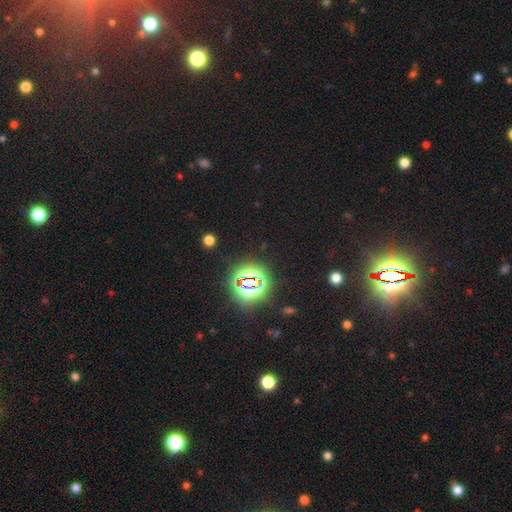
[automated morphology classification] Smooth or featured? star or artifact (79%)